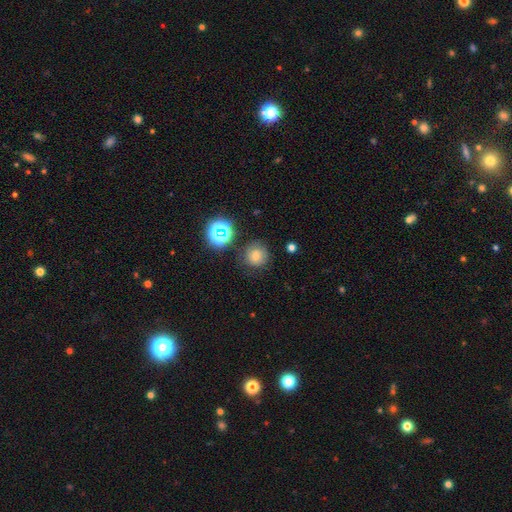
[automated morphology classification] Smooth or featured? smooth (61%)
How rounded? round (91%)
Merging? none (81%)